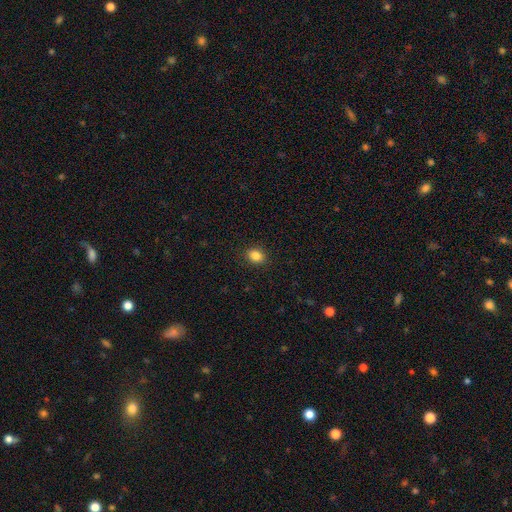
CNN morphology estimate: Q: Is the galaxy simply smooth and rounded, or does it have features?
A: smooth — 85%.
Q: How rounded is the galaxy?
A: round — 51%.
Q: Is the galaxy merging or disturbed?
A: none — 90%.